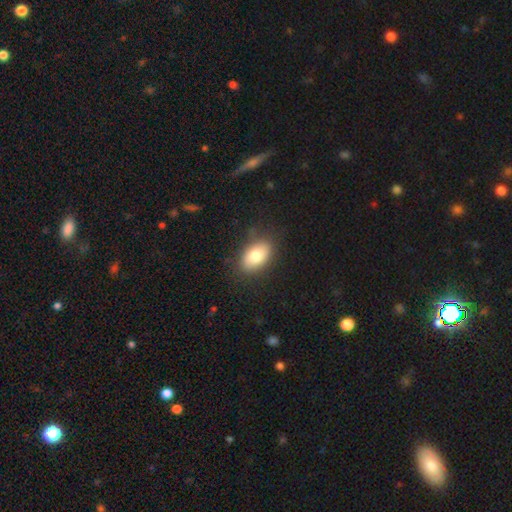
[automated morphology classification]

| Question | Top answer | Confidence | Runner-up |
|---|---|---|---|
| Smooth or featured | smooth | 81% | featured or disk (12%) |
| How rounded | in between | 91% | round (8%) |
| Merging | none | 80% | minor disturbance (15%) |